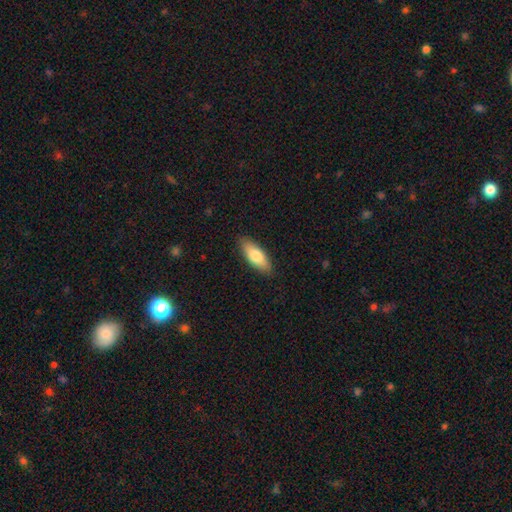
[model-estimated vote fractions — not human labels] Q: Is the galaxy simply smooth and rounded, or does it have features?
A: smooth — 79%.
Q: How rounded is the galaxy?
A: in between — 73%.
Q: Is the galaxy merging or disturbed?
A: none — 87%.